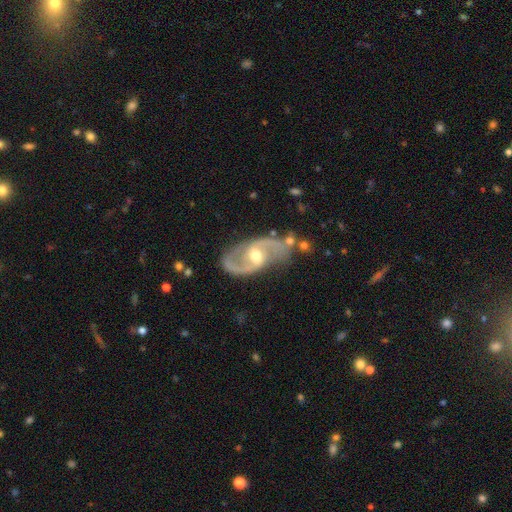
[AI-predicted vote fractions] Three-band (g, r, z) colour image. It shows a featured or disk galaxy (89%) with a weak bar (46%), 2 (92%) medium (56%) spiral arms (95%) and a moderate central bulge (75%). Merging: none (73%).